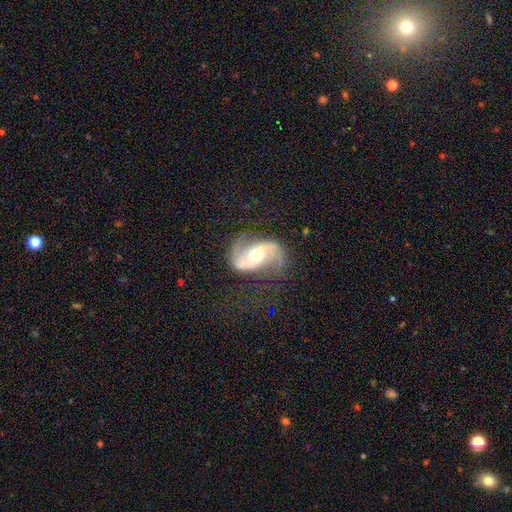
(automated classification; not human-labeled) Smooth or featured?
  - featured or disk: 89% *
  - smooth: 6%
  - star or artifact: 5%
Edge-on disk?
  - no: 98% *
  - yes: 2%
Bar?
  - no: 49% *
  - weak: 37%
  - strong: 14%
Spiral arms?
  - yes: 97% *
  - no: 3%
Spiral winding?
  - loose: 44% * (tied)
  - medium: 44% * (tied)
  - tight: 12%
Spiral arm count?
  - 2: 93% *
  - can't tell: 2%
  - 1: 2%
  - 3: 1%
  - 4: 1%
  - more than 4: 1%
Bulge size?
  - moderate: 56% *
  - small: 35%
  - large: 6%
  - none: 2%
  - dominant: 1%
Merging?
  - none: 71% *
  - minor disturbance: 17%
  - major disturbance: 11%
  - merger: 2%